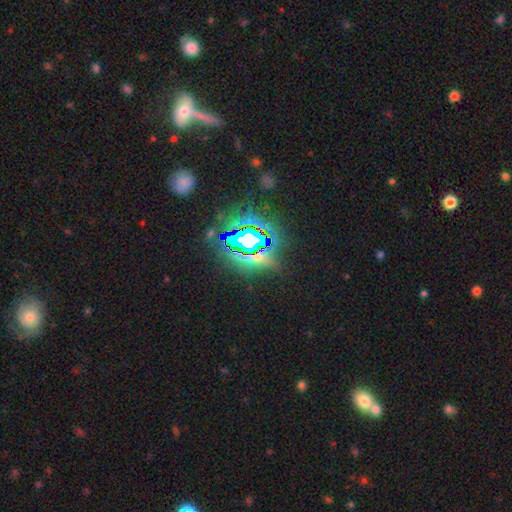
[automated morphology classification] Smooth or featured: star or artifact — 80% (featured or disk — 10%)